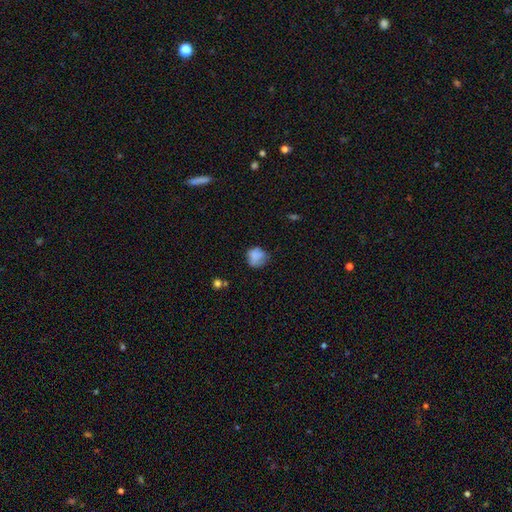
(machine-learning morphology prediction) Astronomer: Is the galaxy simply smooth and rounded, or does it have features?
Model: smooth — 78%.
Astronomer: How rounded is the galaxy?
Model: round — 75%.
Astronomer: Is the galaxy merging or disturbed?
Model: none — 53% (runner-up: minor disturbance, 32%).